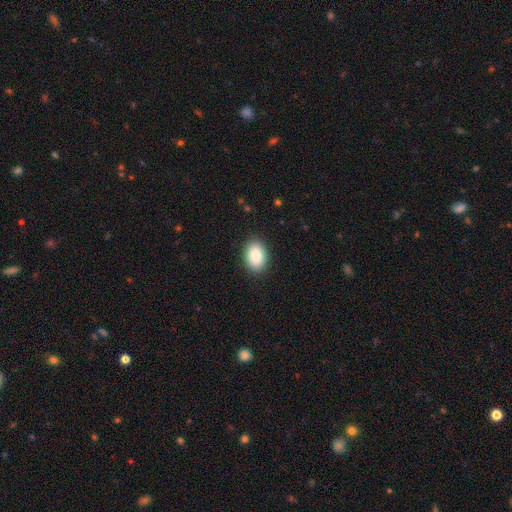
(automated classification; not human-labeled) Smooth or featured? smooth (87%)
How rounded? in between (85%)
Merging? none (89%)